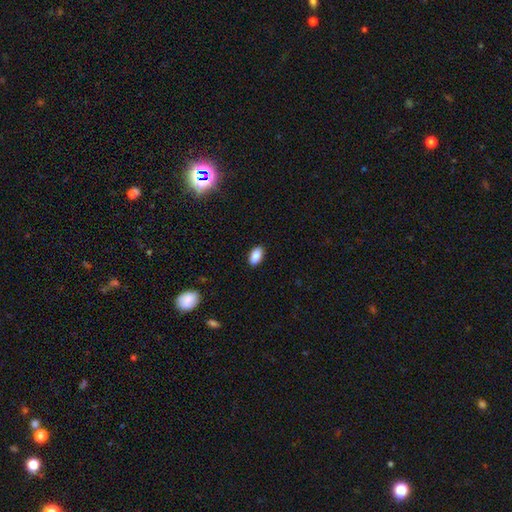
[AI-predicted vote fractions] Smooth or featured? Predicted: smooth (p=0.88). How rounded? Predicted: in between (p=0.92). Merging? Predicted: none (p=0.88).